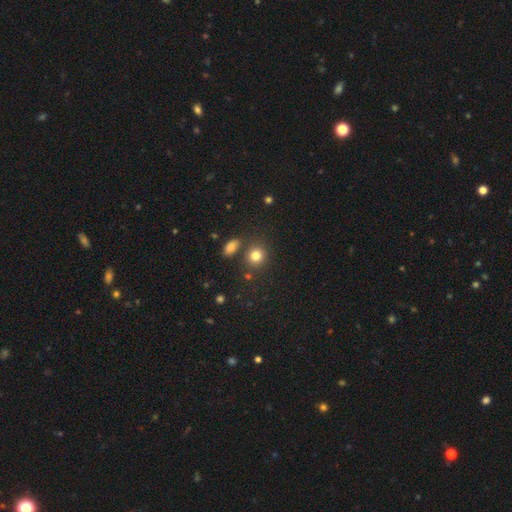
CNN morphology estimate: A smooth galaxy with no disk features (80%) that is round (82%). Merging: none (78%).